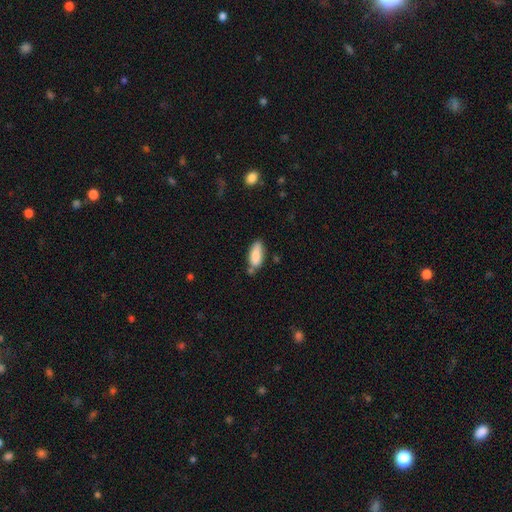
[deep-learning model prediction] Morphology: type=smooth (85%); roundness=in between (80%); merging=none (65%).